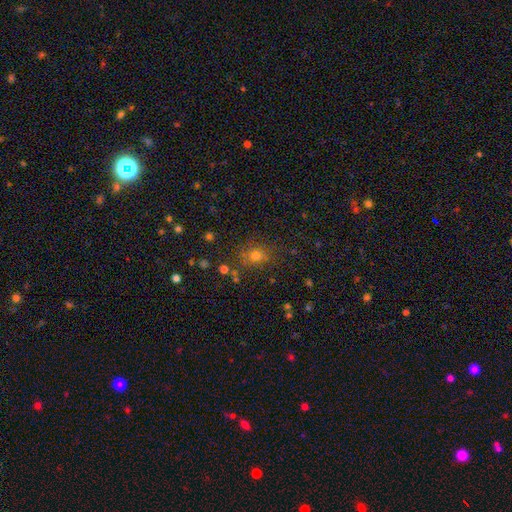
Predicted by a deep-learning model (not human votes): Overall: smooth (67%). How rounded: round (72%). Merging: none (79%).